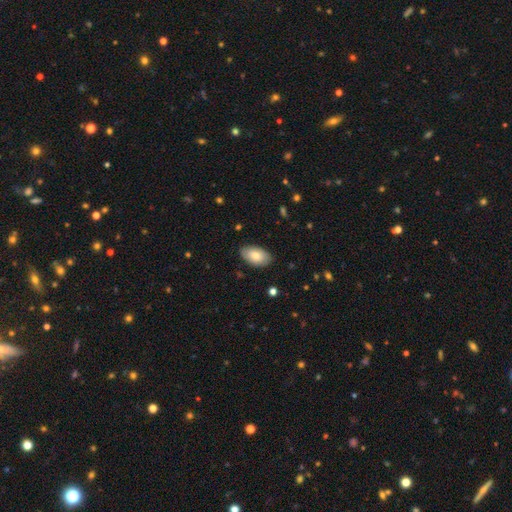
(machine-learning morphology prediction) This is likely a smooth galaxy (71%). How rounded: clearly in between (94%). Merging: clearly none (83%).